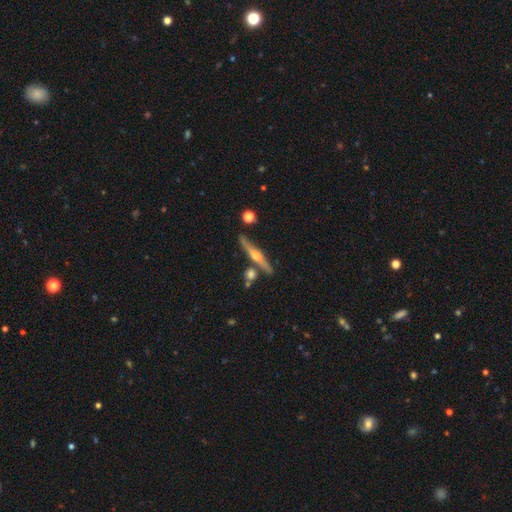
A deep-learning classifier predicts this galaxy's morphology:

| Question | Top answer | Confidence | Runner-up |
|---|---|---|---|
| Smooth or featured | featured or disk | 76% | smooth (18%) |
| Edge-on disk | yes | 97% | no (3%) |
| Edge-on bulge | rounded | 93% | none (4%) |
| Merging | none | 82% | minor disturbance (9%) |